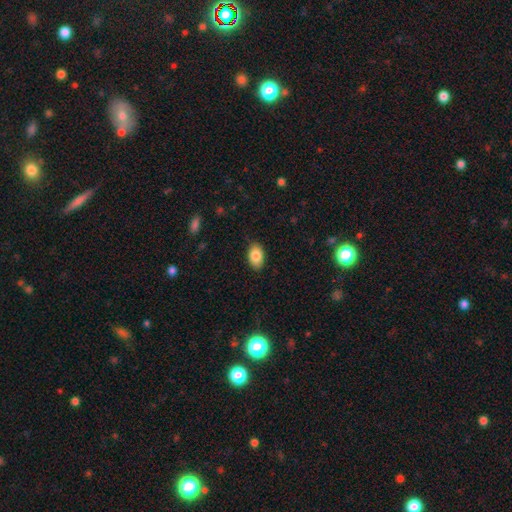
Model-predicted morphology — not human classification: The model was most divided on "merging": none: 86%, minor disturbance: 11%, major disturbance: 2%, merger: 1%. More confident: how rounded — in between (91%); smooth or featured — smooth (85%).